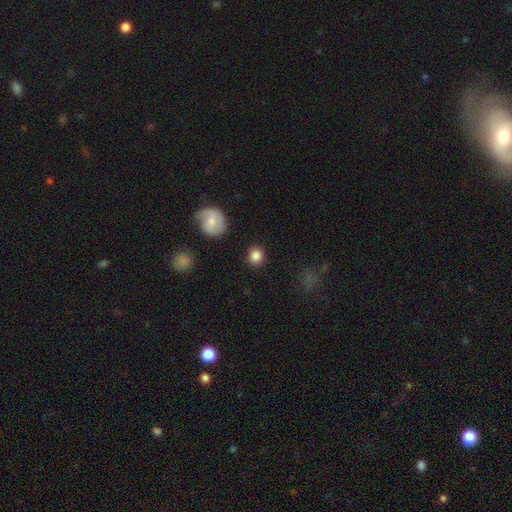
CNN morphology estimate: The model was most divided on "how rounded": round: 87%, in between: 12%, cigar-shaped: 1%. More confident: merging — none (89%); smooth or featured — smooth (86%).